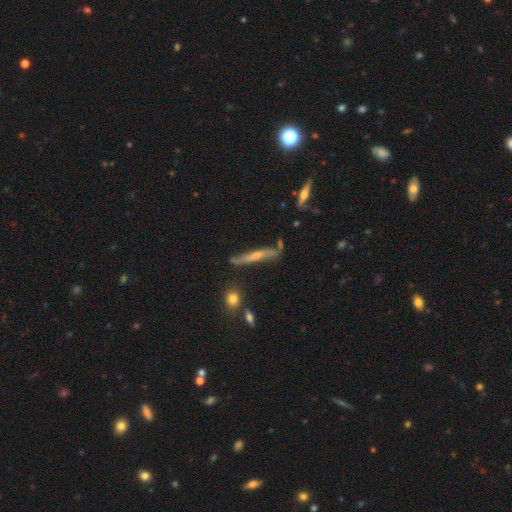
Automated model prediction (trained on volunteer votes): This appears to be a featured or disk galaxy (58%) viewed edge-on (87%) with a rounded central bulge (48%). Merging: none (67%).